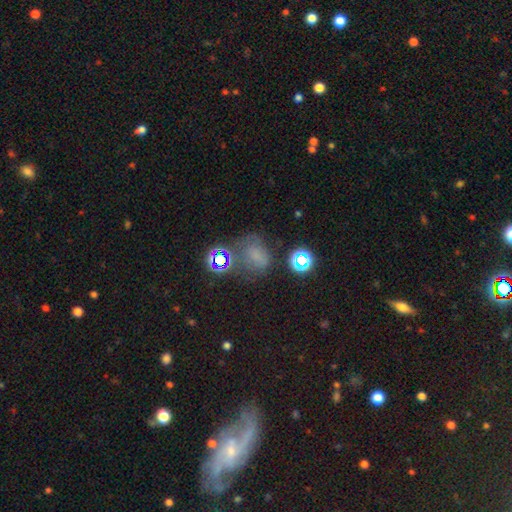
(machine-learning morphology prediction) Smooth or featured? smooth (47%)
Merging? none (46%)